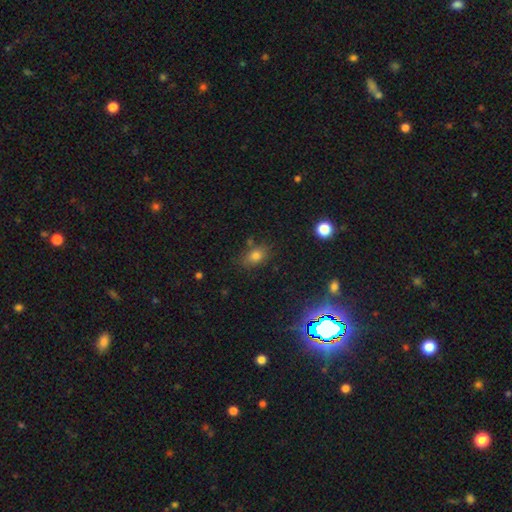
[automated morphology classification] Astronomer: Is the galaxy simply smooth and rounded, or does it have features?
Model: smooth — 75%.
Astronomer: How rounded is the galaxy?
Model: in between — 76%.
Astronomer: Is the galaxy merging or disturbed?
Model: none — 73%.